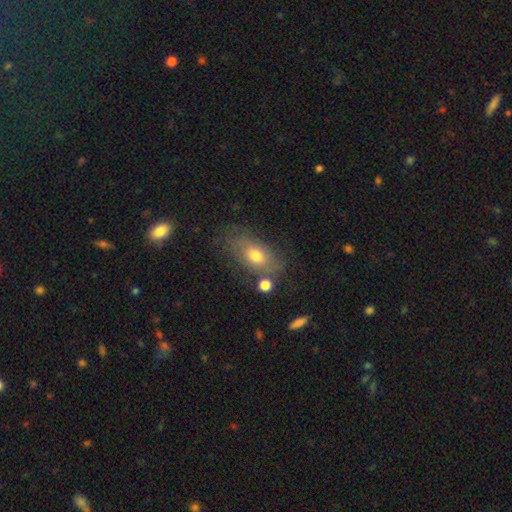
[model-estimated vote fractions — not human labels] smooth_or_featured: smooth (p=0.59) [alt: featured or disk p=0.32]
how_rounded: in between (p=0.86) [alt: round p=0.09]
merging: none (p=0.59) [alt: minor disturbance p=0.22]